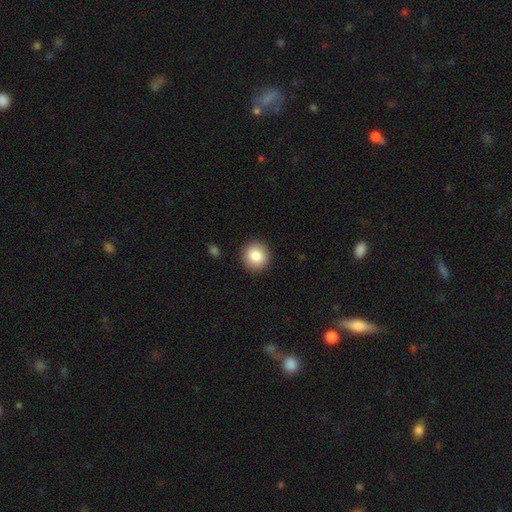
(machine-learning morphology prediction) smooth 86%, star or artifact 8%, featured or disk 6%. Down the decision tree: how rounded — round (92%); merging — none (91%).